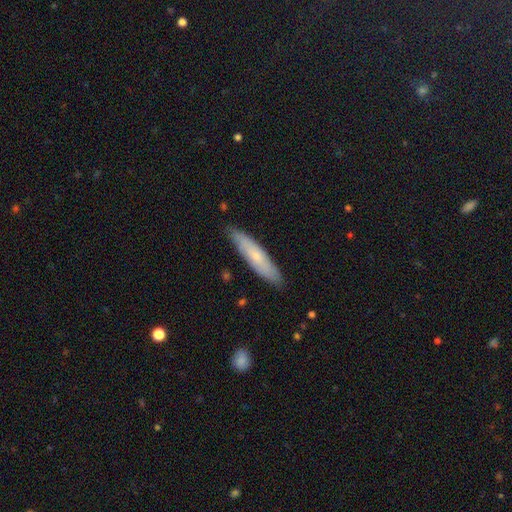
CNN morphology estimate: Smooth or featured?
  - smooth: 59% *
  - featured or disk: 35%
  - star or artifact: 6%
How rounded?
  - cigar-shaped: 81% *
  - in between: 17%
  - round: 1%
Merging?
  - none: 83% *
  - minor disturbance: 14%
  - major disturbance: 2%
  - merger: 1%